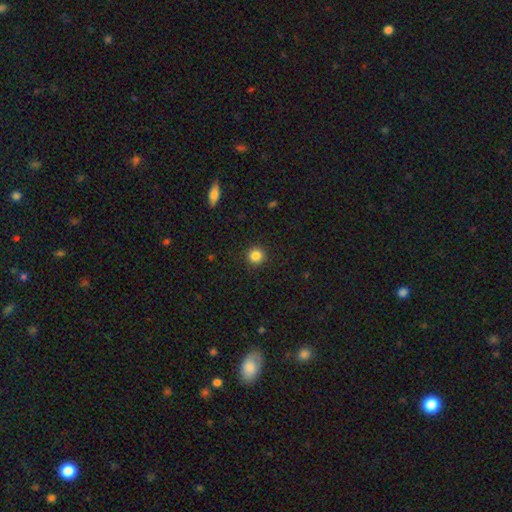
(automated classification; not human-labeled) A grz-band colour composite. It shows a smooth galaxy with no disk features (85%) that is round (95%). Merging: none (92%).